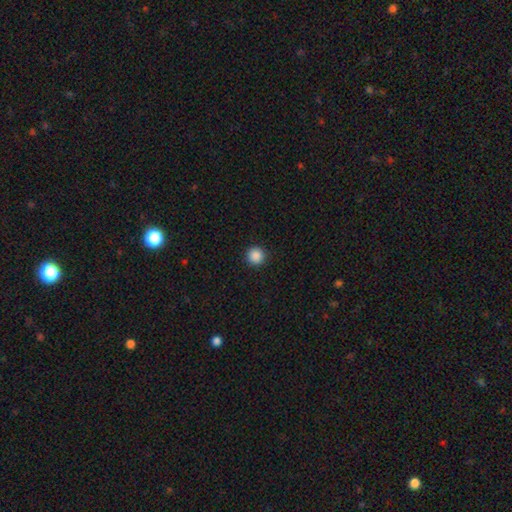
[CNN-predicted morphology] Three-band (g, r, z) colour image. It shows a smooth galaxy with no disk features (88%) that is round (95%). Merging: none (92%).